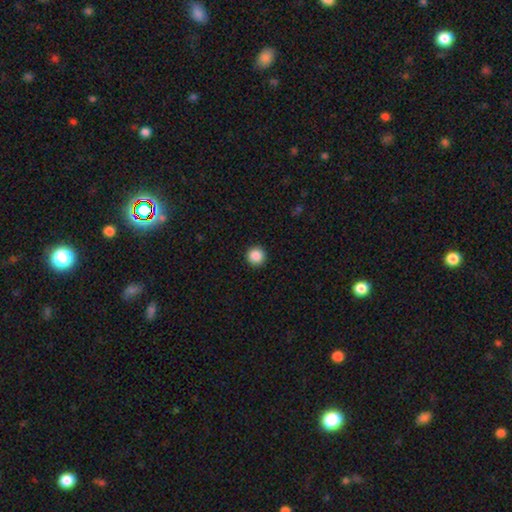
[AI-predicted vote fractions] Smooth or featured: smooth — 88% (star or artifact — 9%)
How rounded: round — 96% (in between — 3%)
Merging: none — 93% (minor disturbance — 4%)